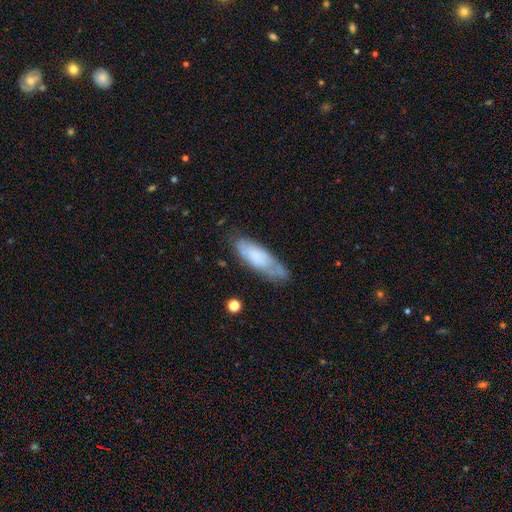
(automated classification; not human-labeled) Smooth or featured? Predicted: smooth (p=0.61). How rounded? Predicted: in between (p=0.55). Merging? Predicted: none (p=0.61).